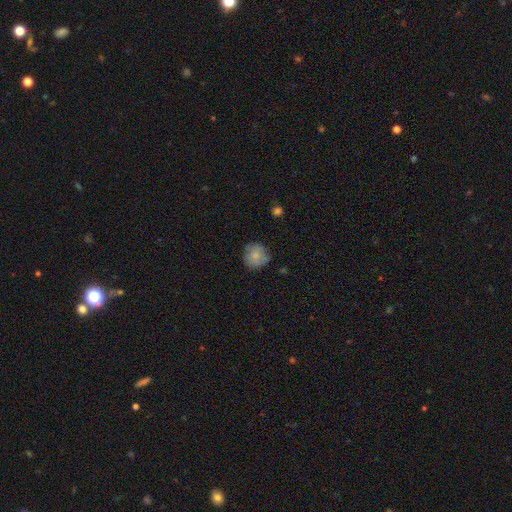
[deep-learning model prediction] A smooth galaxy with no disk features (75%) that is round (90%). Merging: none (75%).